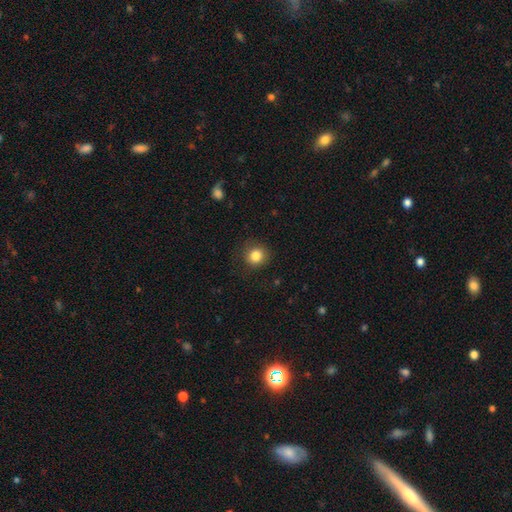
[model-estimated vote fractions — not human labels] Q: Smooth or featured?
A: smooth (84%); runner-up: star or artifact (11%)
Q: How rounded?
A: round (89%); runner-up: in between (10%)
Q: Merging?
A: none (86%); runner-up: minor disturbance (10%)